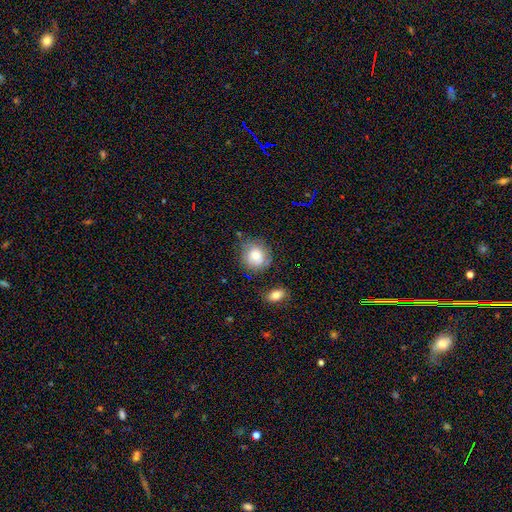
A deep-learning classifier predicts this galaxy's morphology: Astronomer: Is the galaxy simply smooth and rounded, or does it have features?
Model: smooth — 69%.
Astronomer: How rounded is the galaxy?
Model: round — 85%.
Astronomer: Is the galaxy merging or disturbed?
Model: none — 70%.